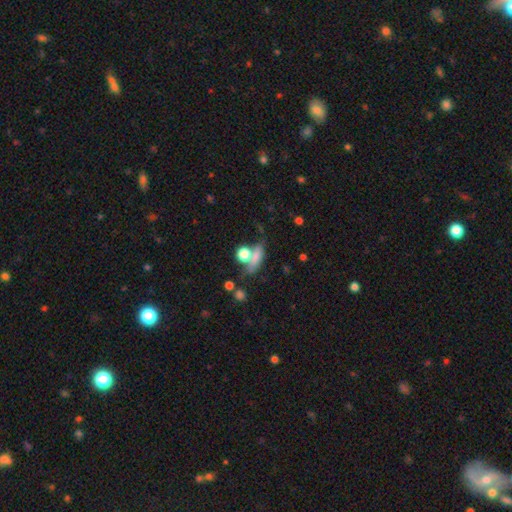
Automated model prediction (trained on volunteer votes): smooth-or-featured: smooth: 65% | featured or disk: 20% | star or artifact: 15%
  how-rounded: cigar-shaped: 40% | in between: 34% | round: 26%
  merging: none: 53% | merger: 23% | minor disturbance: 15% | major disturbance: 9%